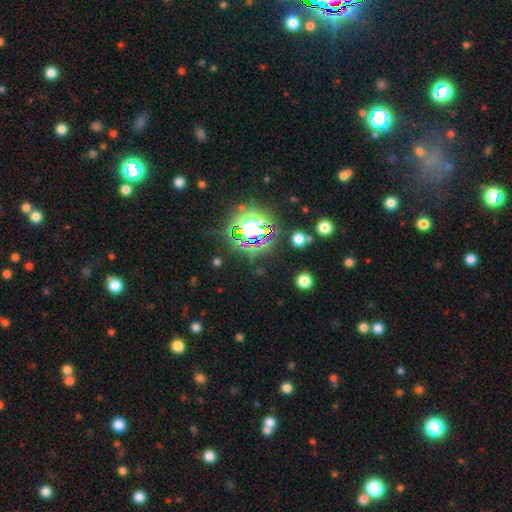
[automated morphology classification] A star or artifact, not a galaxy (79%).

Vote fractions:
- Smooth or featured? star or artifact: 79% / smooth: 13% / featured or disk: 8%